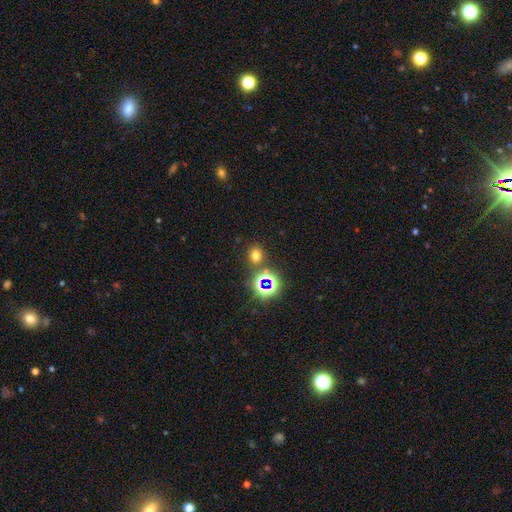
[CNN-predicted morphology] Smooth or featured? smooth (64%)
How rounded? round (77%)
Merging? none (80%)